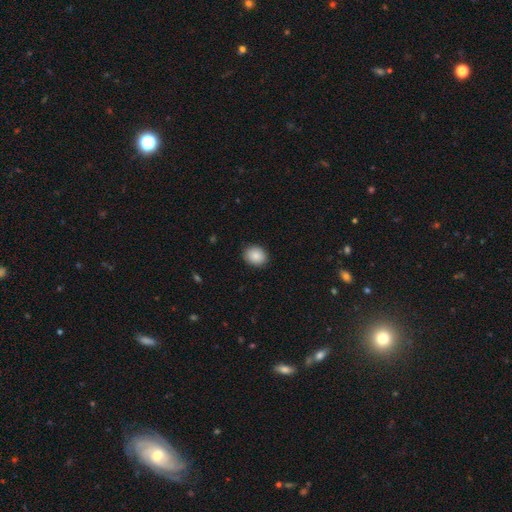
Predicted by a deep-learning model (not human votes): Overall: smooth (88%). How rounded: round (55%; in between 44%). Merging: none (89%).